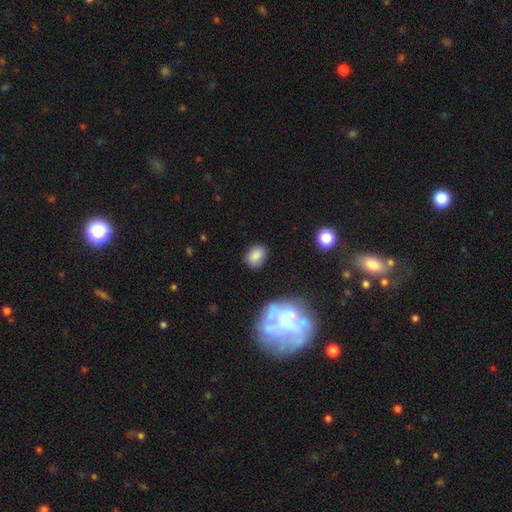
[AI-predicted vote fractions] Smooth or featured? smooth (83%)
How rounded? in between (63%)
Merging? none (81%)